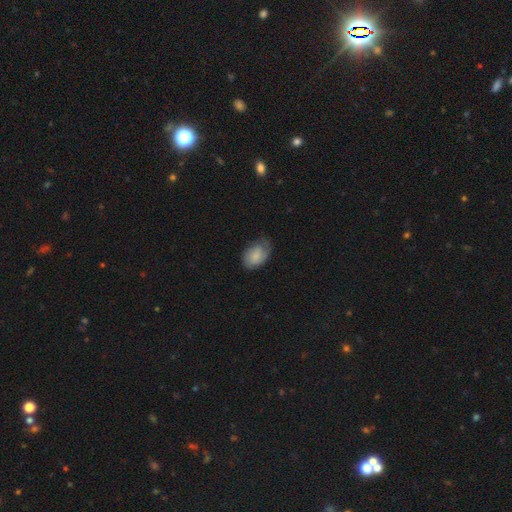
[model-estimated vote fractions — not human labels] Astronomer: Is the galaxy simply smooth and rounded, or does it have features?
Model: smooth — 74%.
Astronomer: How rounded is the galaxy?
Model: in between — 86%.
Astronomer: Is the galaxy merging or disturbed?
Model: none — 53% (runner-up: minor disturbance, 35%).